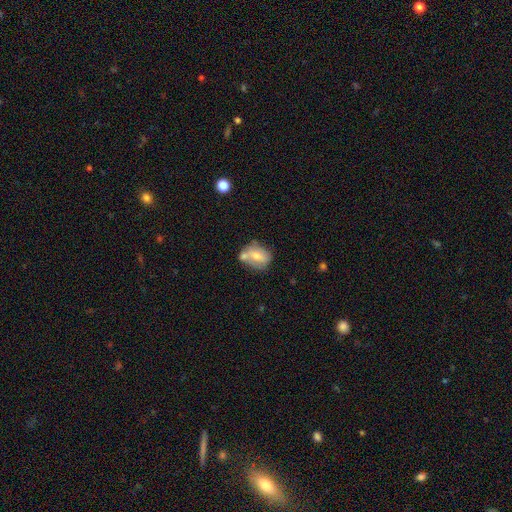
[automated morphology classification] A smooth galaxy with no disk features (57%) that is in between round and cigar-shaped (56%).

Vote fractions:
- Smooth or featured? smooth: 57% / featured or disk: 35% / star or artifact: 8%
- How rounded? in between: 56% / round: 43% / cigar-shaped: 2%
- Merging? none: 41% / merger: 32% / minor disturbance: 20% / major disturbance: 7%